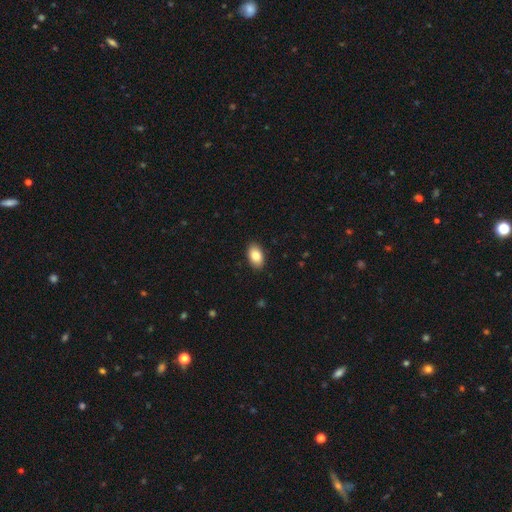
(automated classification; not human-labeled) smooth_or_featured: smooth (p=0.85) [alt: featured or disk p=0.08]
how_rounded: in between (p=0.91) [alt: round p=0.08]
merging: none (p=0.89) [alt: minor disturbance p=0.08]